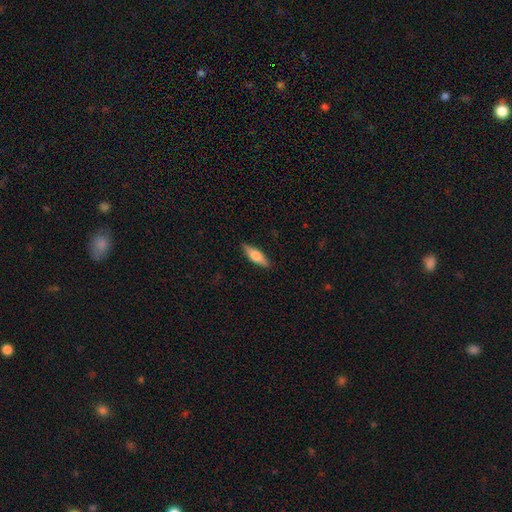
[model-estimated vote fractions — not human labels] A smooth galaxy with no disk features (62%) that is cigar-shaped (51%).

Vote fractions:
- Smooth or featured? smooth: 62% / featured or disk: 33% / star or artifact: 6%
- How rounded? cigar-shaped: 51% / in between: 47% / round: 2%
- Merging? none: 88% / minor disturbance: 9% / major disturbance: 2% / merger: 1%